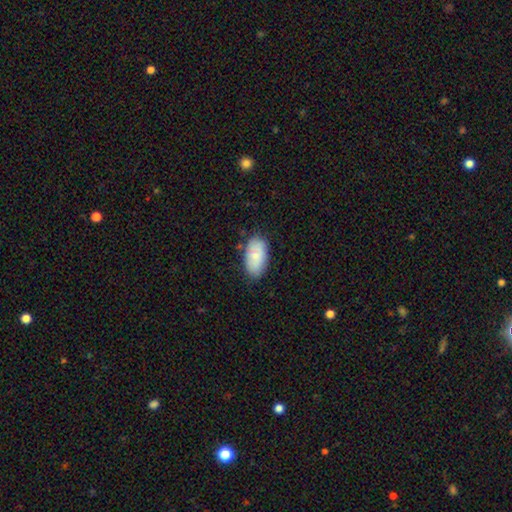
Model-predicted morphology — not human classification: smooth 84%, featured or disk 10%, star or artifact 6%. Down the decision tree: how rounded — in between (95%); merging — none (77%).